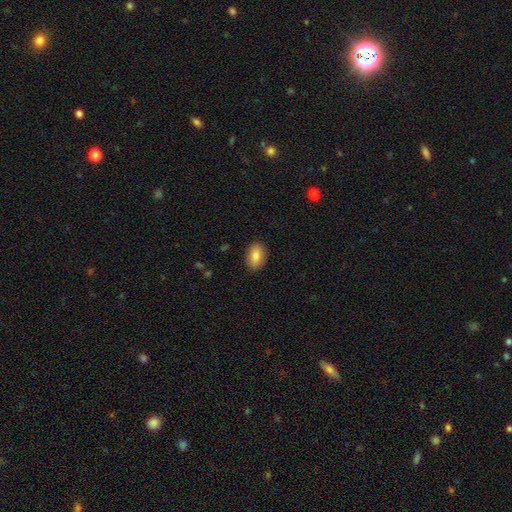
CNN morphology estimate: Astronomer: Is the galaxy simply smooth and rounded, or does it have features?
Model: smooth — 83%.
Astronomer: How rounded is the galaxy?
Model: in between — 89%.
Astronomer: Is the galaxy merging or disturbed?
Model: none — 88%.